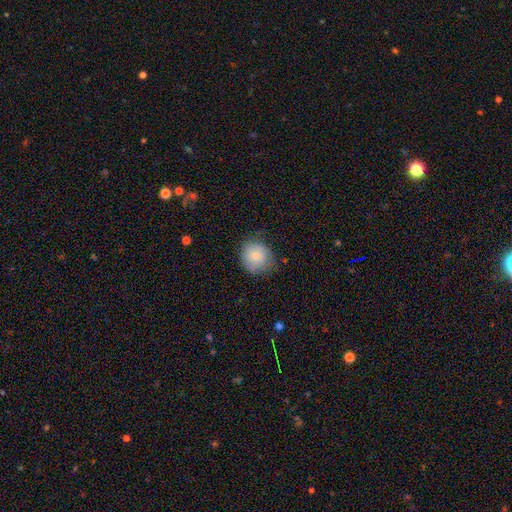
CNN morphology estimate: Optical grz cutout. It shows a smooth galaxy with no disk features (80%) that is round (84%). Merging: none (72%).